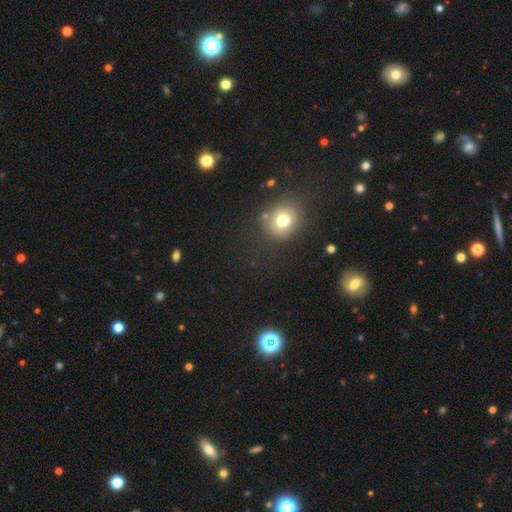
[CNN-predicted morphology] smooth_or_featured: smooth (p=0.59) [alt: star or artifact p=0.34]
how_rounded: round (p=0.80) [alt: in between p=0.19]
merging: none (p=0.85) [alt: minor disturbance p=0.09]